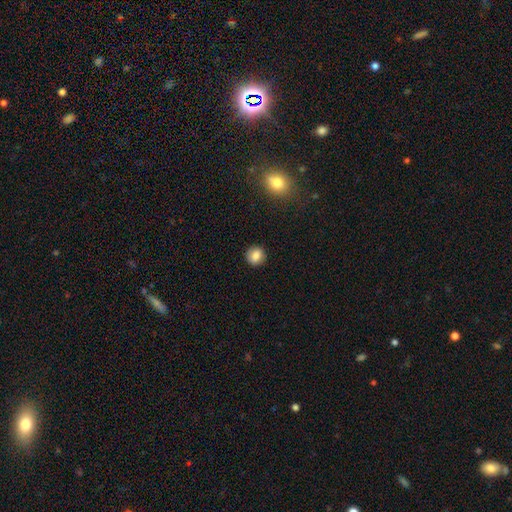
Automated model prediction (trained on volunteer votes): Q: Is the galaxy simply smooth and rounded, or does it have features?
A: smooth — 80%.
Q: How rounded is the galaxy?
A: round — 85%.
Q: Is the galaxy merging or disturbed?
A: none — 89%.